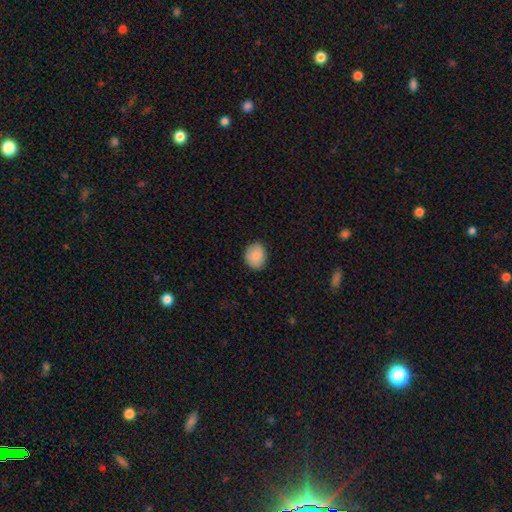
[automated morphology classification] smooth_or_featured: smooth (p=0.85) [alt: featured or disk p=0.08]
how_rounded: round (p=0.64) [alt: in between p=0.35]
merging: none (p=0.83) [alt: minor disturbance p=0.13]